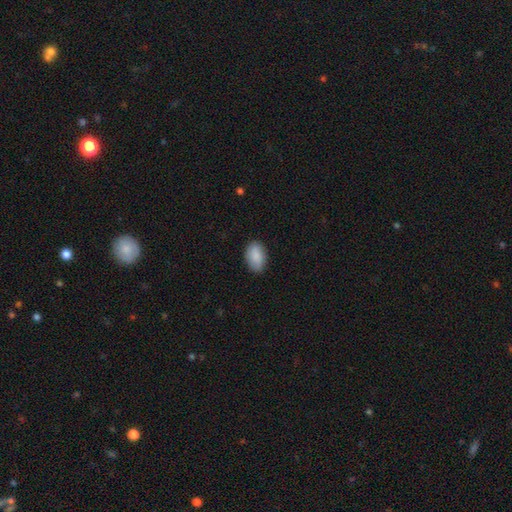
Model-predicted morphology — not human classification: smooth 89%, star or artifact 6%, featured or disk 5%. Down the decision tree: how rounded — in between (92%); merging — none (85%).